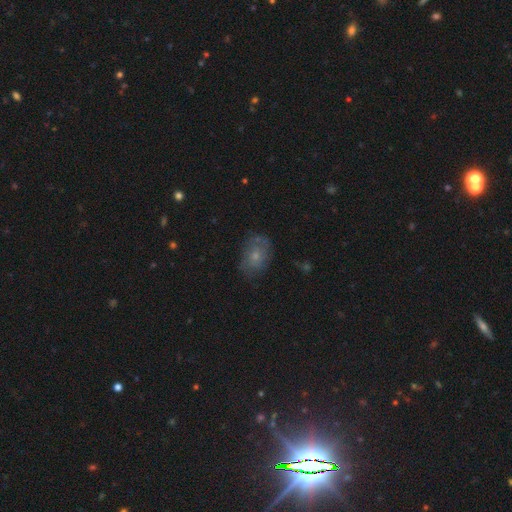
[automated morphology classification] type=smooth (50%); merging=none (68%).